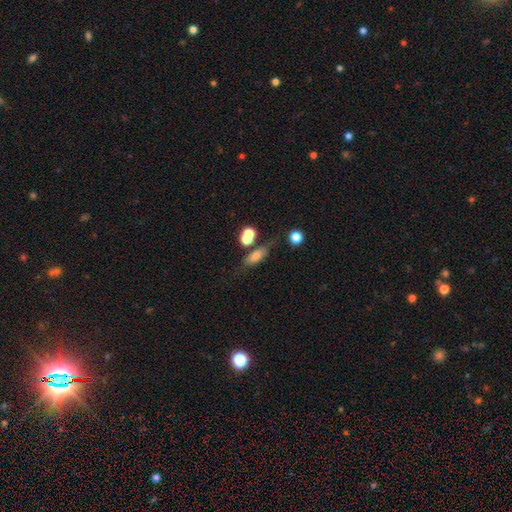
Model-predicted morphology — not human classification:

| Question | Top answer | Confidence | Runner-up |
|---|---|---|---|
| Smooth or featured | smooth | 70% | featured or disk (19%) |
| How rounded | in between | 65% | cigar-shaped (23%) |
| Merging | none | 53% | merger (21%) |